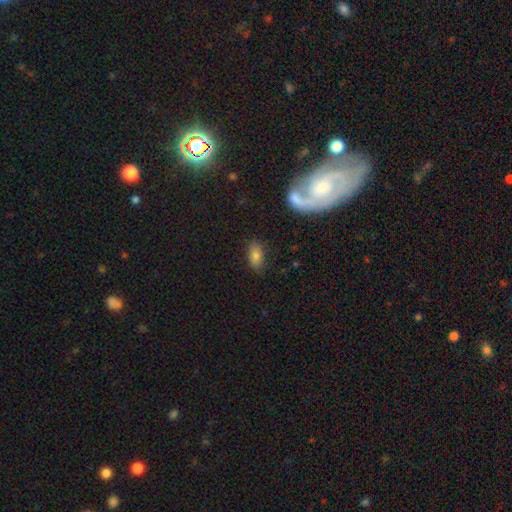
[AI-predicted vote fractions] Smooth or featured? smooth (76%)
How rounded? in between (90%)
Merging? none (79%)